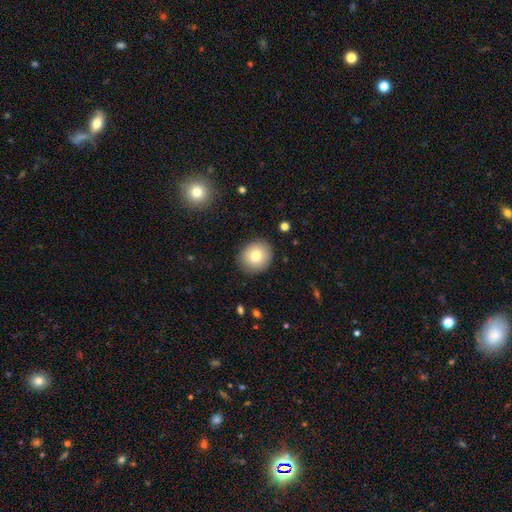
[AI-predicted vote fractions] This is likely a smooth galaxy (79%). How rounded: likely round (77%). Merging: clearly none (87%).